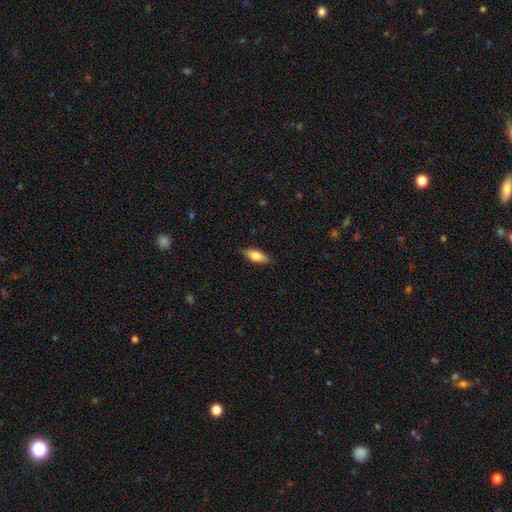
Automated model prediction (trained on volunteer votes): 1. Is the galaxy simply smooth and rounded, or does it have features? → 73% smooth, 20% featured or disk, 7% star or artifact.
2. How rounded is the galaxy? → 73% in between, 24% cigar-shaped, 3% round.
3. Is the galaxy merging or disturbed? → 83% none, 14% minor disturbance, 2% major disturbance, 1% merger.